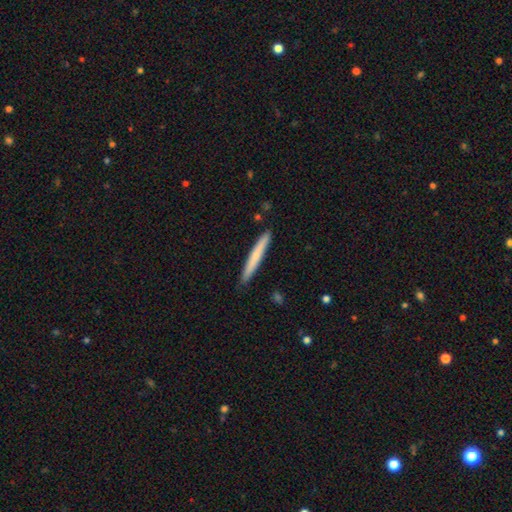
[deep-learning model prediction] This is likely a smooth galaxy (62%). How rounded: clearly cigar-shaped (96%). Merging: clearly none (89%).